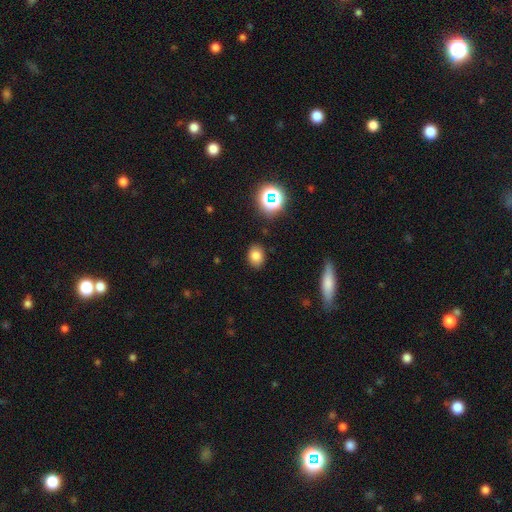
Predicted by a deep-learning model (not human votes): Q: Smooth or featured?
A: smooth (78%); runner-up: star or artifact (15%)
Q: How rounded?
A: in between (58%); runner-up: round (41%)
Q: Merging?
A: none (86%); runner-up: minor disturbance (10%)